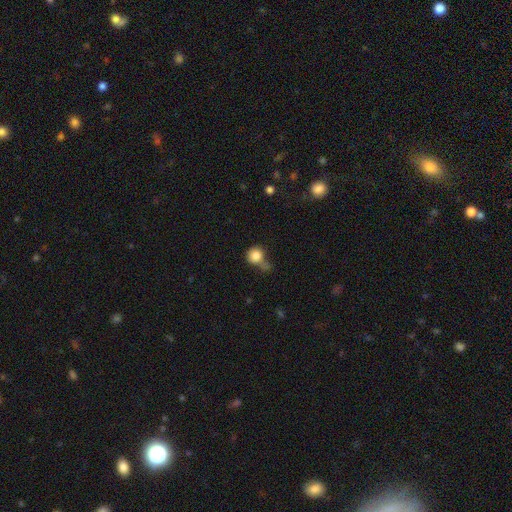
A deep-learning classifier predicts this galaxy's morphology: Smooth or featured: smooth — 82% (star or artifact — 10%)
How rounded: round — 86% (in between — 13%)
Merging: none — 45% (minor disturbance — 21%)